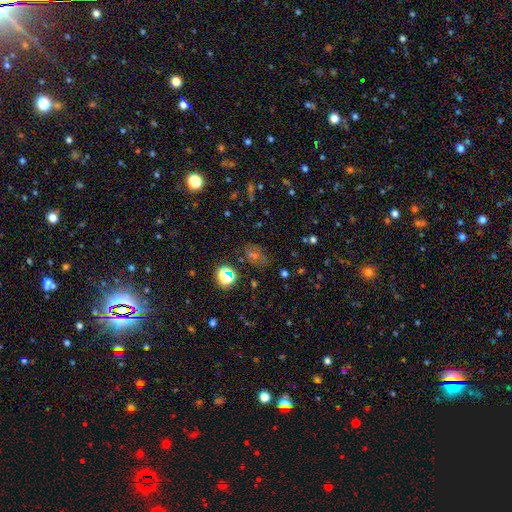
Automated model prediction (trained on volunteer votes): Smooth or featured?
  - star or artifact: 50% *
  - smooth: 35%
  - featured or disk: 15%